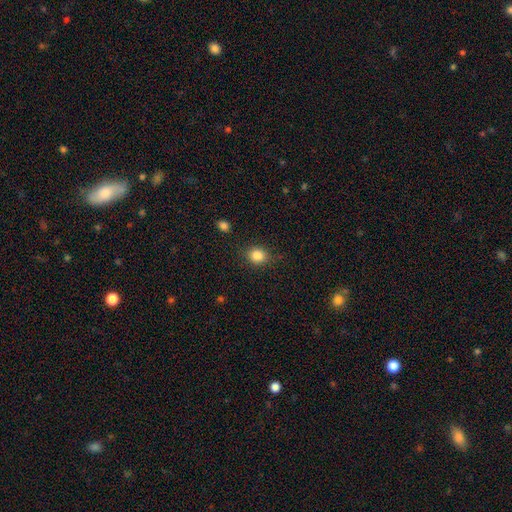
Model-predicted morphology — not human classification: Q: Smooth or featured?
A: smooth (85%); runner-up: star or artifact (10%)
Q: How rounded?
A: round (65%); runner-up: in between (34%)
Q: Merging?
A: none (83%); runner-up: minor disturbance (12%)